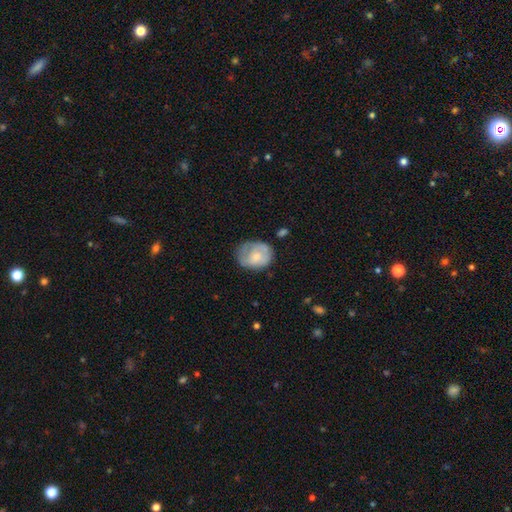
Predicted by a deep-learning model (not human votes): smooth-or-featured: smooth: 56% | featured or disk: 37% | star or artifact: 7%
  how-rounded: round: 57% | in between: 42% | cigar-shaped: 1%
  merging: none: 52% | minor disturbance: 31% | major disturbance: 15% | merger: 2%